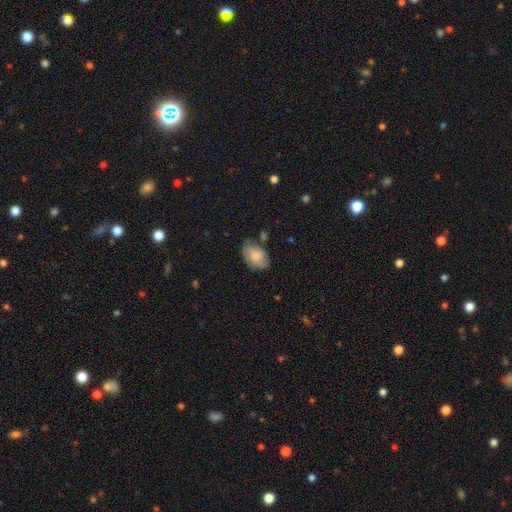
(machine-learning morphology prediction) This is possibly a smooth galaxy (60%). How rounded: clearly in between (82%). Merging: likely none (64%).